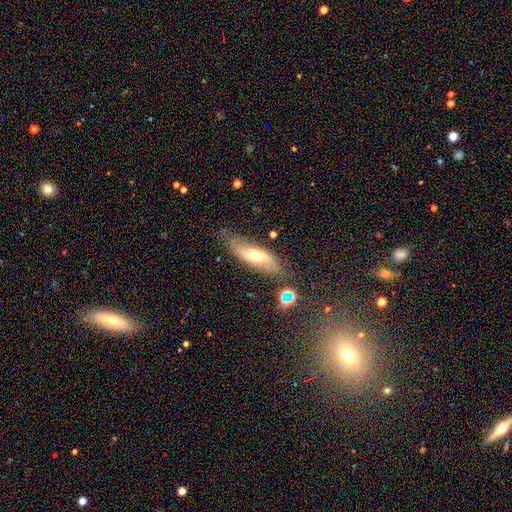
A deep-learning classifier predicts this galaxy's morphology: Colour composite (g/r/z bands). It shows a featured or disk galaxy (54%). Merging: none (72%).